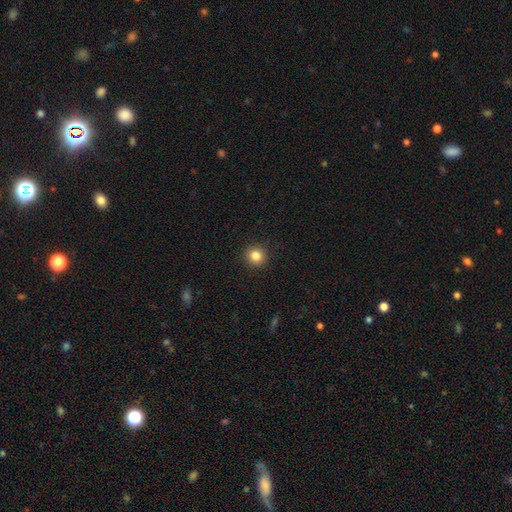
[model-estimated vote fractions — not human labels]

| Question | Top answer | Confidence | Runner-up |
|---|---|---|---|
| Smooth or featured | smooth | 84% | star or artifact (11%) |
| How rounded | round | 93% | in between (6%) |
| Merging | none | 91% | minor disturbance (6%) |